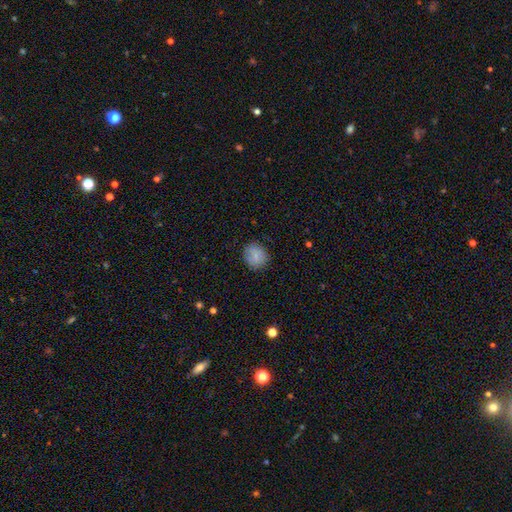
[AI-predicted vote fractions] Q: Smooth or featured?
A: smooth (81%); runner-up: featured or disk (10%)
Q: How rounded?
A: round (76%); runner-up: in between (23%)
Q: Merging?
A: none (85%); runner-up: minor disturbance (11%)